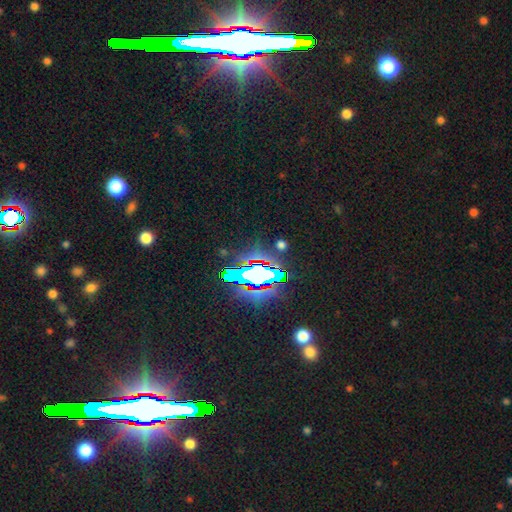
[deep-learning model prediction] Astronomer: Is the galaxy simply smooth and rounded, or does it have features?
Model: star or artifact — 83%.